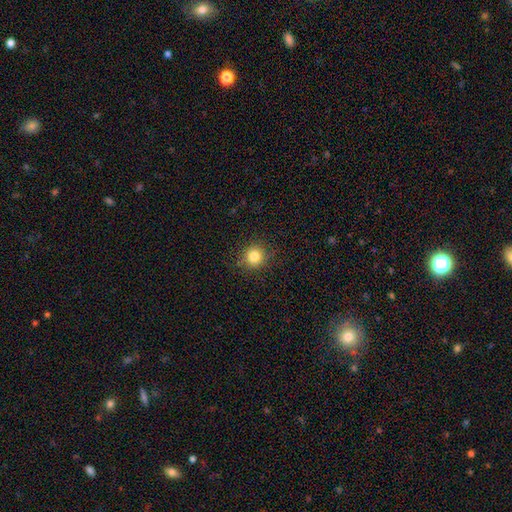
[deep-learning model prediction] A smooth galaxy with no disk features (82%) that is round (90%).

Vote fractions:
- Smooth or featured? smooth: 82% / star or artifact: 12% / featured or disk: 6%
- How rounded? round: 90% / in between: 9% / cigar-shaped: 1%
- Merging? none: 87% / minor disturbance: 9% / major disturbance: 3% / merger: 1%